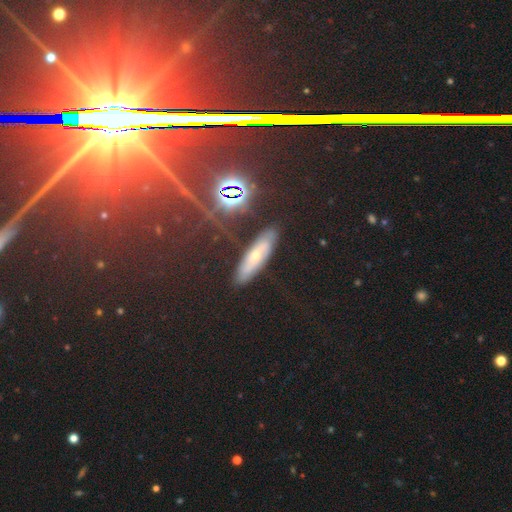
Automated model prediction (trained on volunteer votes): This is marginally a featured or disk galaxy (42%). Merging: clearly none (82%).